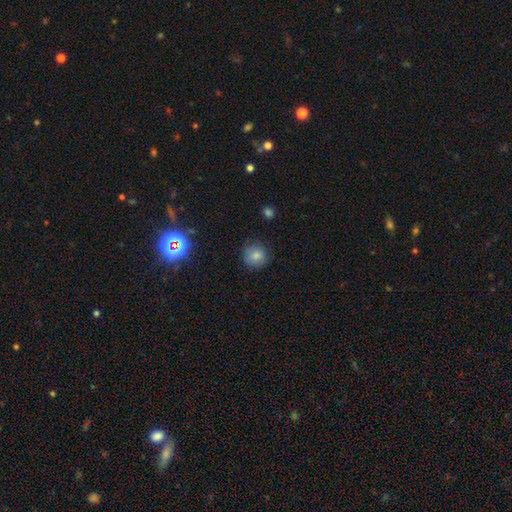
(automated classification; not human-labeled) Q: Smooth or featured?
A: smooth (81%); runner-up: star or artifact (12%)
Q: How rounded?
A: round (92%); runner-up: in between (7%)
Q: Merging?
A: none (81%); runner-up: minor disturbance (14%)